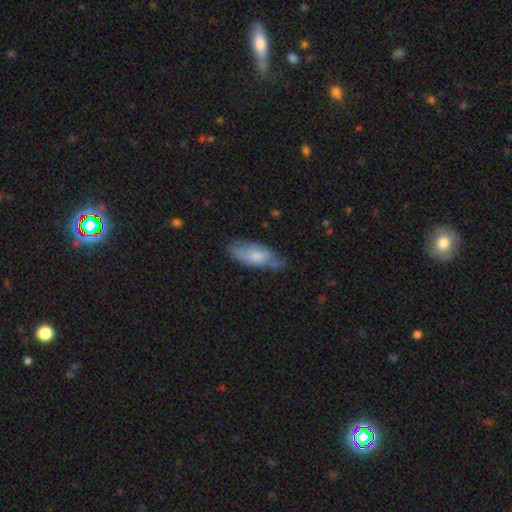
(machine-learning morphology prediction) smooth-or-featured: smooth: 64% | featured or disk: 29% | star or artifact: 6%
  how-rounded: in between: 78% | cigar-shaped: 20% | round: 2%
  merging: none: 59% | minor disturbance: 30% | major disturbance: 7% | merger: 3%